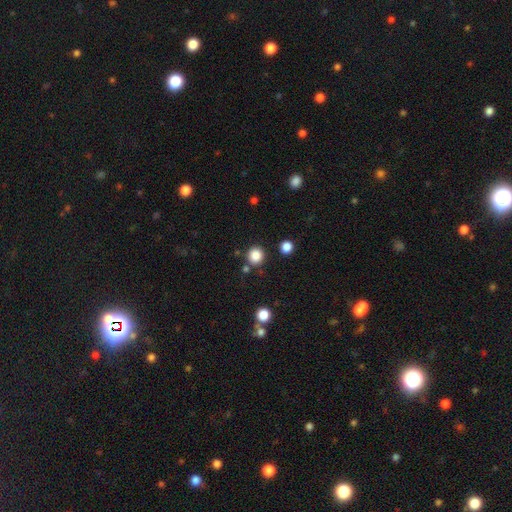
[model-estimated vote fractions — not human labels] Smooth or featured? smooth (85%)
How rounded? round (92%)
Merging? none (85%)